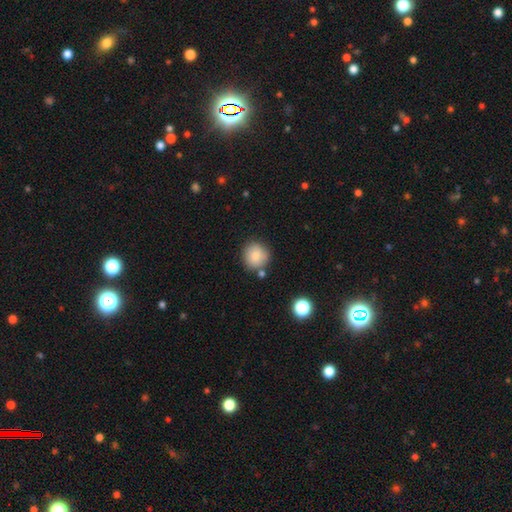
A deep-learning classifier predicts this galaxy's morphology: Smooth or featured: smooth — 81% (featured or disk — 10%)
How rounded: round — 93% (in between — 6%)
Merging: none — 78% (minor disturbance — 11%)